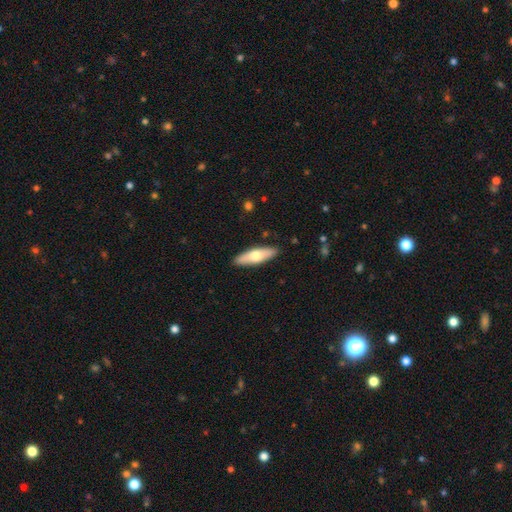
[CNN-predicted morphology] Smooth or featured: smooth — 60% (featured or disk — 35%)
How rounded: cigar-shaped — 53% (in between — 45%)
Merging: none — 89% (minor disturbance — 8%)